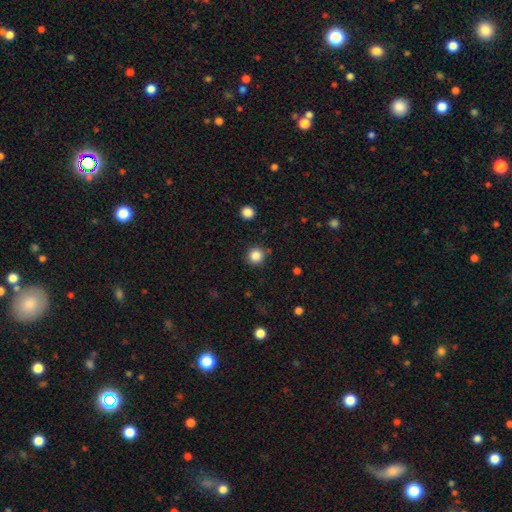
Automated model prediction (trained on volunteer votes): Smooth or featured? Predicted: smooth (p=0.84). How rounded? Predicted: round (p=0.94). Merging? Predicted: none (p=0.88).